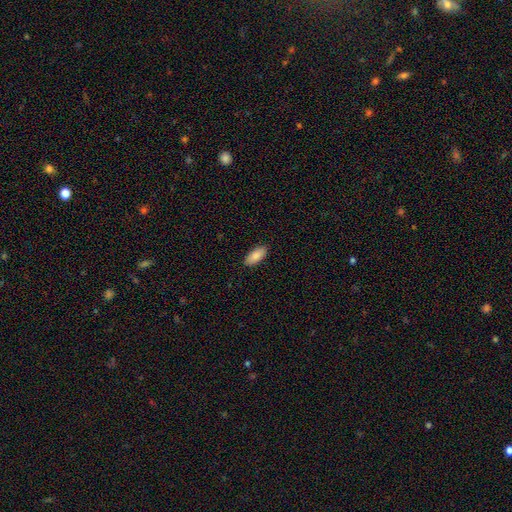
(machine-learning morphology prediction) Smooth or featured?
  - smooth: 88% *
  - featured or disk: 6%
  - star or artifact: 6%
How rounded?
  - in between: 88% *
  - cigar-shaped: 10%
  - round: 2%
Merging?
  - none: 89% *
  - minor disturbance: 8%
  - major disturbance: 2%
  - merger: 1%